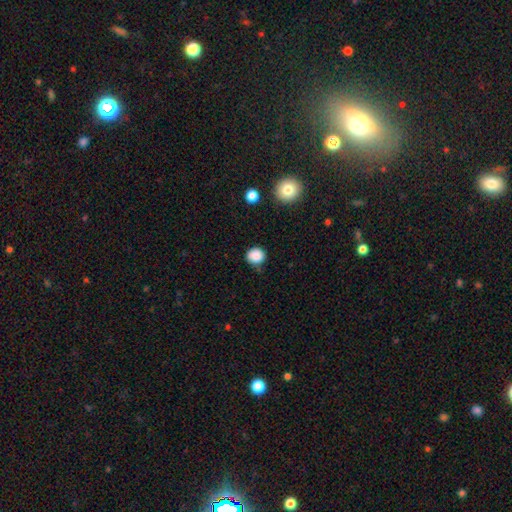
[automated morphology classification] type=smooth (86%); roundness=round (85%); merging=none (75%).